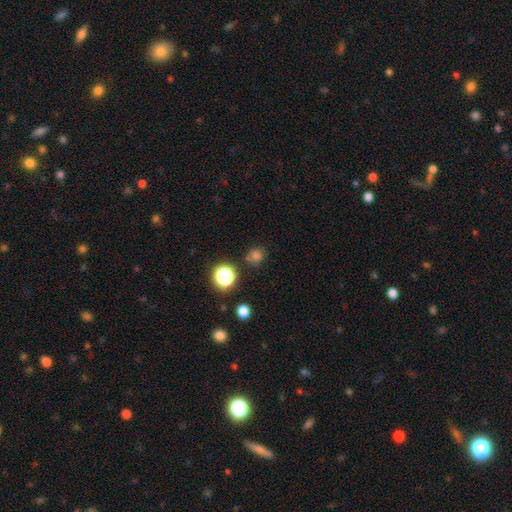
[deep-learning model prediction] smooth 67%, star or artifact 27%, featured or disk 6%. Down the decision tree: how rounded — round (85%); merging — none (82%).